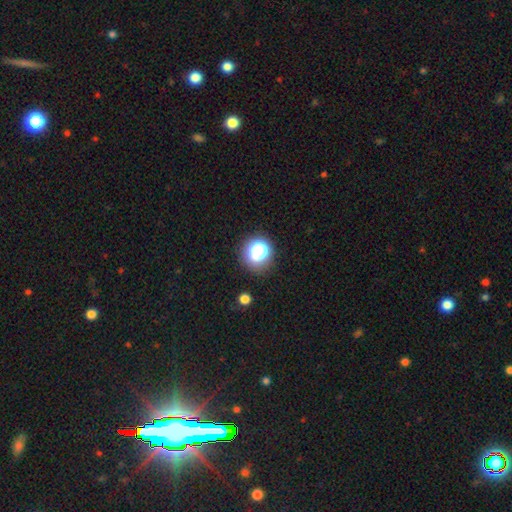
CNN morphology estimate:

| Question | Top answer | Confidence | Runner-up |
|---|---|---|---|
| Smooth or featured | smooth | 66% | star or artifact (24%) |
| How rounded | round | 85% | in between (14%) |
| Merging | none | 76% | minor disturbance (12%) |